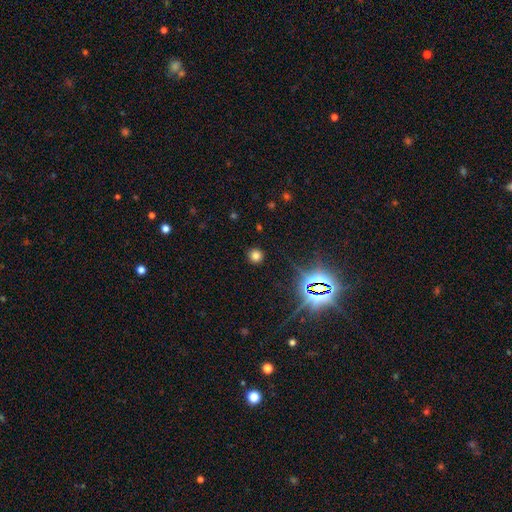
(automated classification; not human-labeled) smooth_or_featured: smooth (p=0.71) [alt: star or artifact p=0.23]
how_rounded: round (p=0.93) [alt: in between p=0.06]
merging: none (p=0.91) [alt: minor disturbance p=0.06]